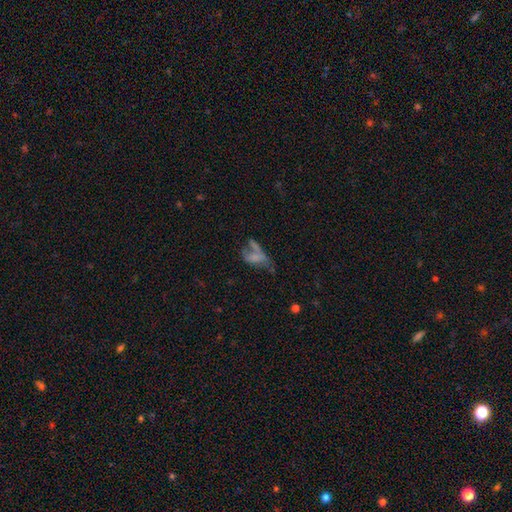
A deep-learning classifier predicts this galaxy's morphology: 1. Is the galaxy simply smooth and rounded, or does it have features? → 48% smooth, 36% featured or disk, 16% star or artifact.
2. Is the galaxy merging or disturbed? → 36% major disturbance, 28% merger, 21% none, 15% minor disturbance.